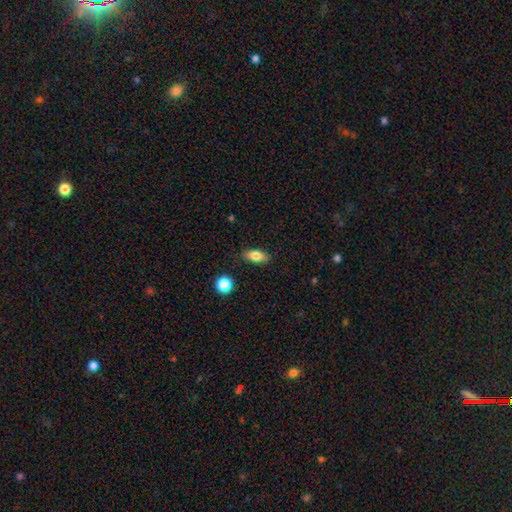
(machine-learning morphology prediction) A smooth galaxy with no disk features (80%) that is in between round and cigar-shaped (83%). Merging: none (86%).